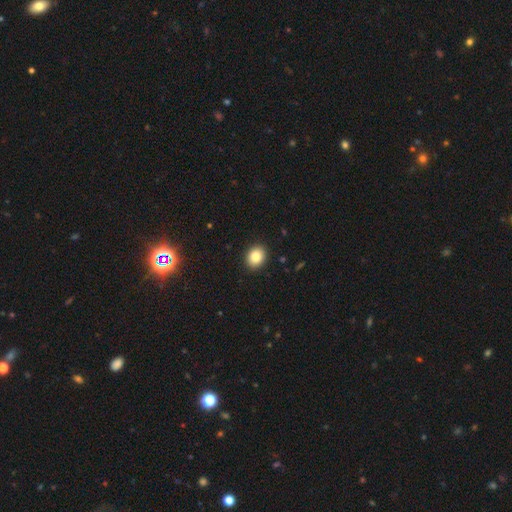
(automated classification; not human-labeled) Smooth or featured: smooth — 85% (star or artifact — 9%)
How rounded: round — 53% (in between — 46%)
Merging: none — 91% (minor disturbance — 6%)